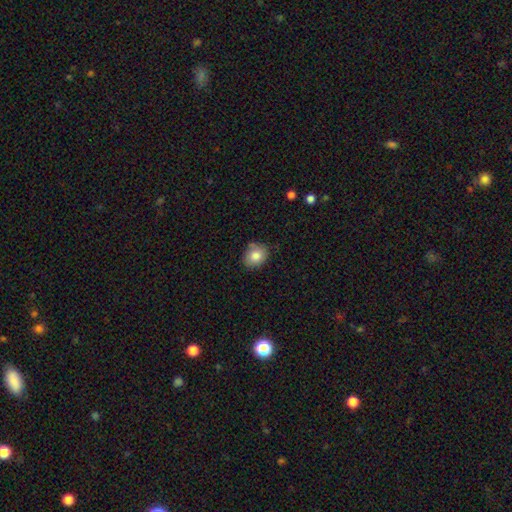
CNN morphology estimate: smooth_or_featured: smooth (p=0.82) [alt: featured or disk p=0.10]
how_rounded: round (p=0.54) [alt: in between p=0.45]
merging: none (p=0.76) [alt: minor disturbance p=0.18]